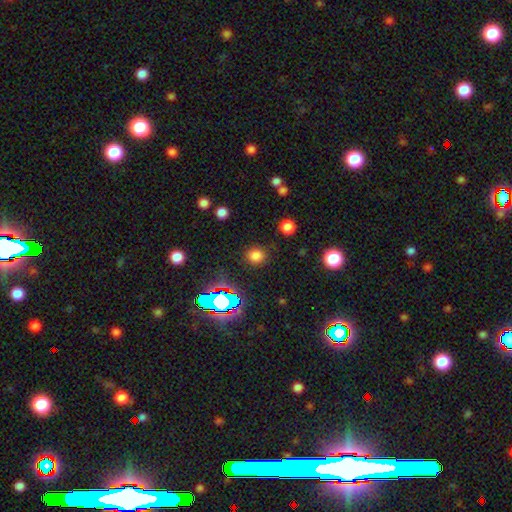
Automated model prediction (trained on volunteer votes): Smooth or featured: smooth — 73% (star or artifact — 22%)
How rounded: round — 87% (in between — 12%)
Merging: none — 87% (minor disturbance — 8%)